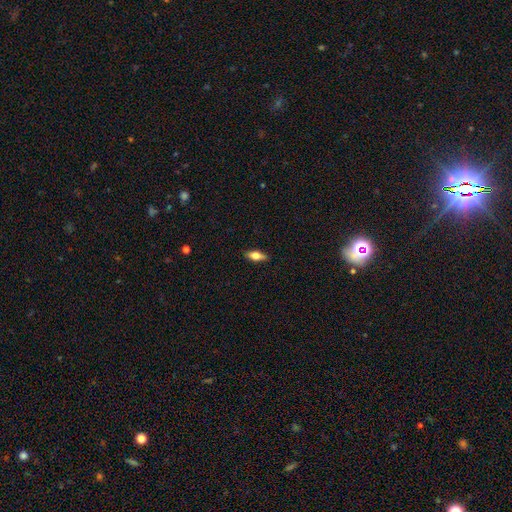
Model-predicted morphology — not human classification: This is likely a smooth galaxy (65%). How rounded: likely in between (73%). Merging: clearly none (86%).